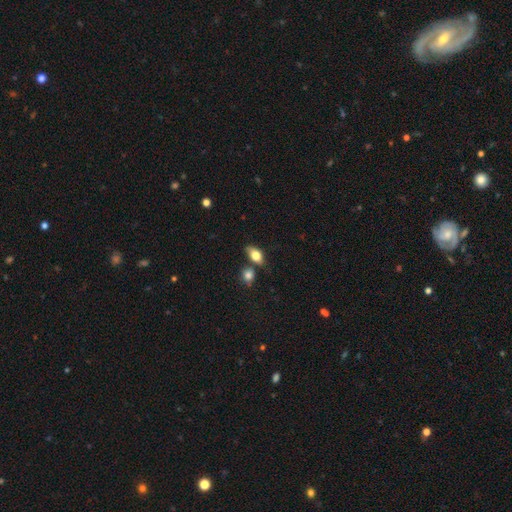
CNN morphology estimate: smooth 79%, featured or disk 13%, star or artifact 8%. Down the decision tree: how rounded — in between (84%); merging — none (58%).